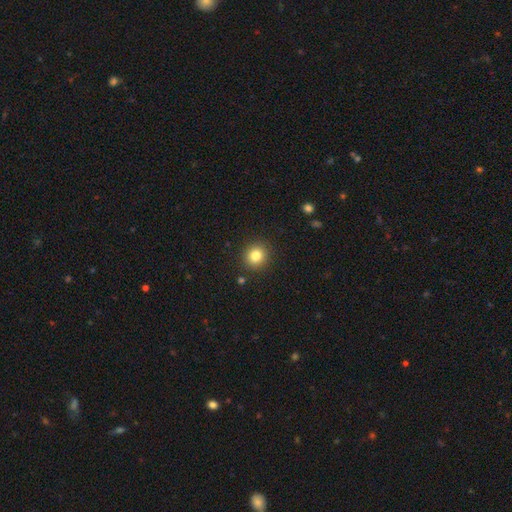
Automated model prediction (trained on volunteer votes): A smooth galaxy with no disk features (82%) that is round (89%).

Vote fractions:
- Smooth or featured? smooth: 82% / star or artifact: 12% / featured or disk: 6%
- How rounded? round: 89% / in between: 10% / cigar-shaped: 1%
- Merging? none: 90% / minor disturbance: 6% / major disturbance: 2% / merger: 2%